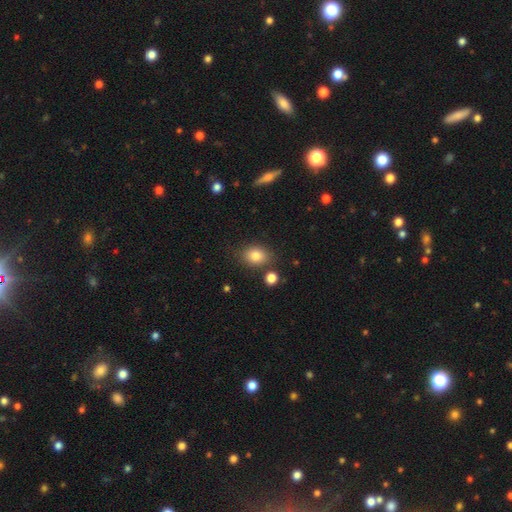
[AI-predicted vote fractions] Overall: smooth (82%). How rounded: in between (60%; round 39%). Merging: none (77%).